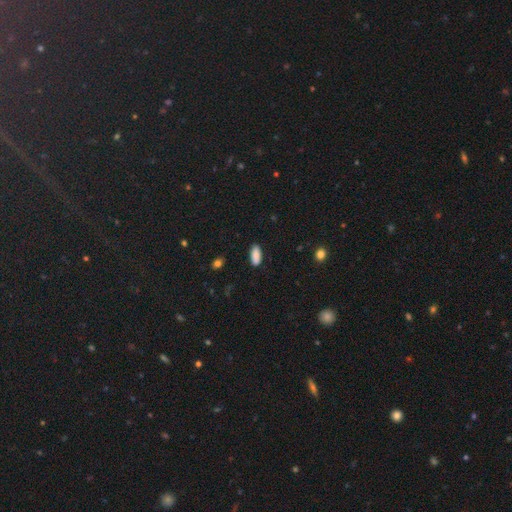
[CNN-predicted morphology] The model was most divided on "how rounded": in between: 85%, cigar-shaped: 13%, round: 2%. More confident: smooth or featured — smooth (89%); merging — none (86%).